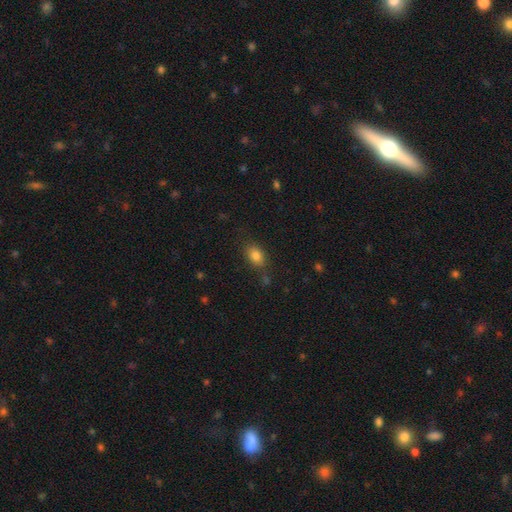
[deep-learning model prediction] Smooth or featured?
  - smooth: 84% *
  - star or artifact: 10%
  - featured or disk: 7%
How rounded?
  - in between: 82% *
  - round: 16%
  - cigar-shaped: 2%
Merging?
  - none: 78% *
  - minor disturbance: 14%
  - major disturbance: 4%
  - merger: 4%